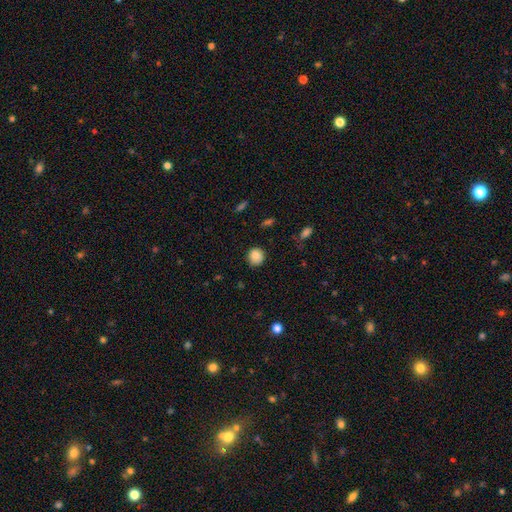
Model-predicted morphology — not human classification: Q: Smooth or featured?
A: smooth (85%); runner-up: star or artifact (9%)
Q: How rounded?
A: round (88%); runner-up: in between (11%)
Q: Merging?
A: none (82%); runner-up: minor disturbance (14%)